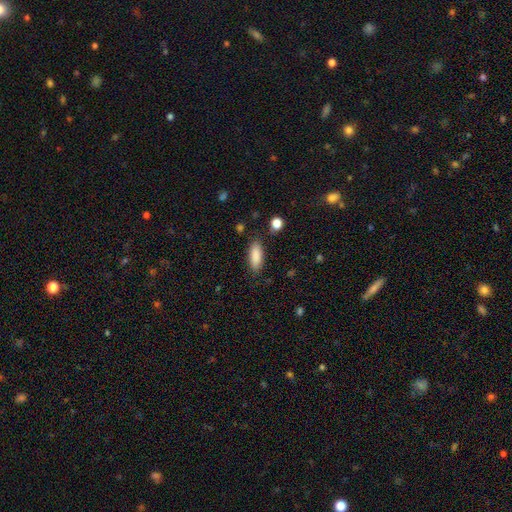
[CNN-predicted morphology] The model was most divided on "how rounded": in between: 73%, cigar-shaped: 24%, round: 2%. More confident: smooth or featured — smooth (88%); merging — none (83%).